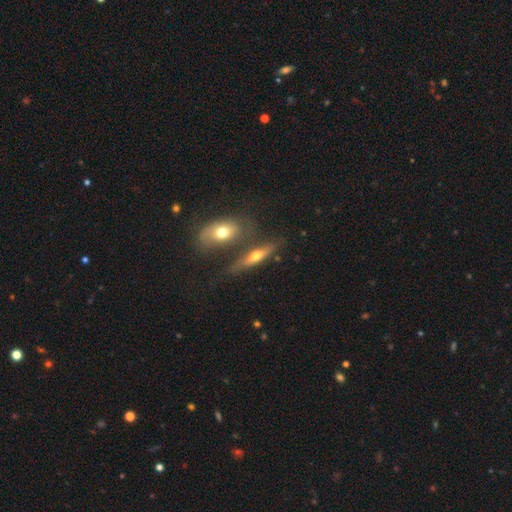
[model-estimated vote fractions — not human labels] smooth_or_featured: featured or disk (p=0.51) [alt: smooth p=0.41]
disk_edge_on: yes (p=0.81) [alt: no p=0.19]
merging: none (p=0.61) [alt: merger p=0.20]